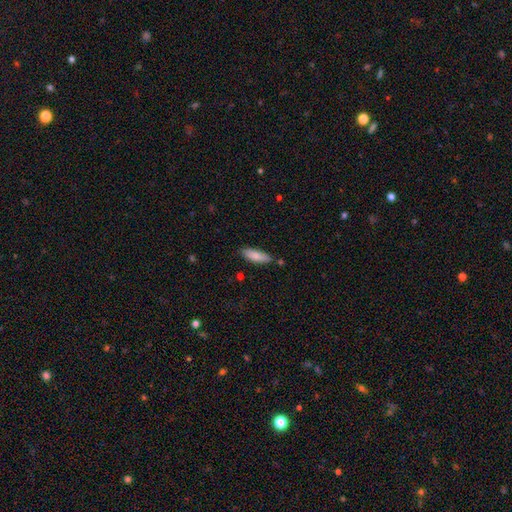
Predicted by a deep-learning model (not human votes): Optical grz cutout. It shows a smooth galaxy with no disk features (83%) that is cigar-shaped (49%, tied with in between). Merging: none (82%).